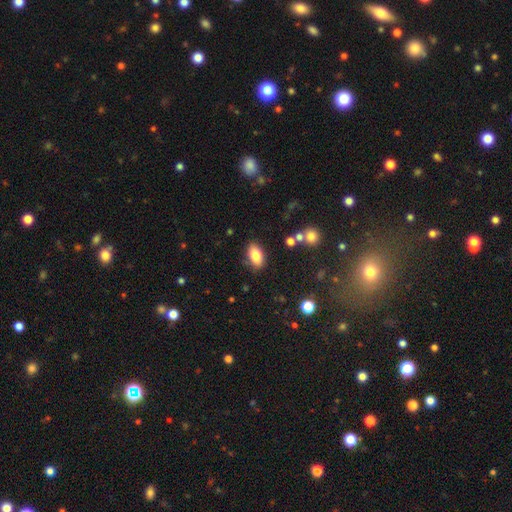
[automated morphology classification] Smooth or featured? Predicted: smooth (p=0.83). How rounded? Predicted: in between (p=0.92). Merging? Predicted: none (p=0.83).